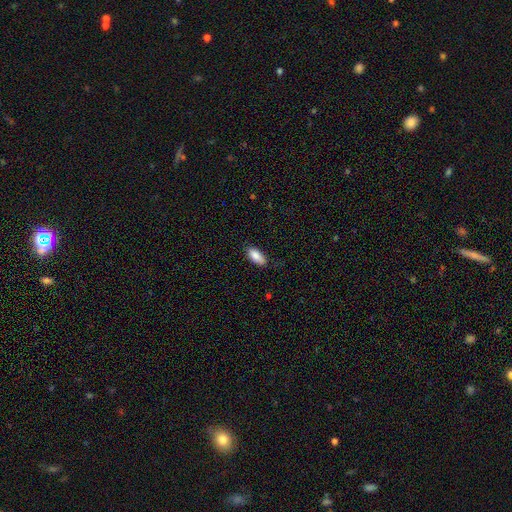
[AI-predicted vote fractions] smooth_or_featured: smooth (p=0.87) [alt: featured or disk p=0.07]
how_rounded: in between (p=0.83) [alt: cigar-shaped p=0.15]
merging: none (p=0.77) [alt: minor disturbance p=0.18]